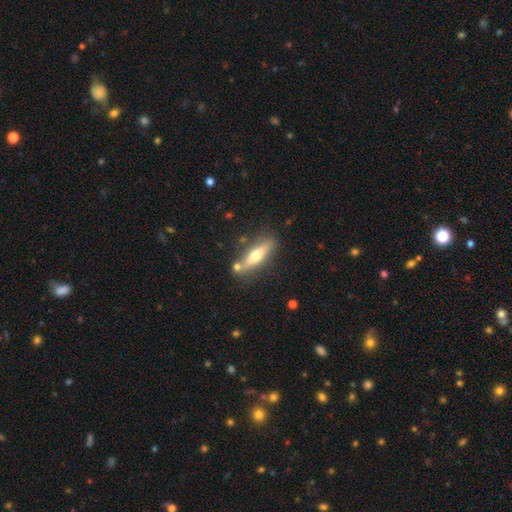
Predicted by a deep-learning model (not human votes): Smooth or featured: featured or disk — 49% (smooth — 45%)
Merging: none — 77% (minor disturbance — 12%)